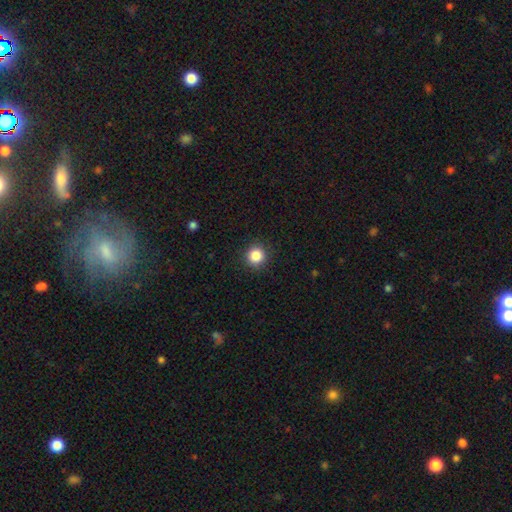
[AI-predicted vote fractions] Q: Smooth or featured?
A: smooth (85%); runner-up: star or artifact (11%)
Q: How rounded?
A: round (94%); runner-up: in between (5%)
Q: Merging?
A: none (91%); runner-up: minor disturbance (6%)